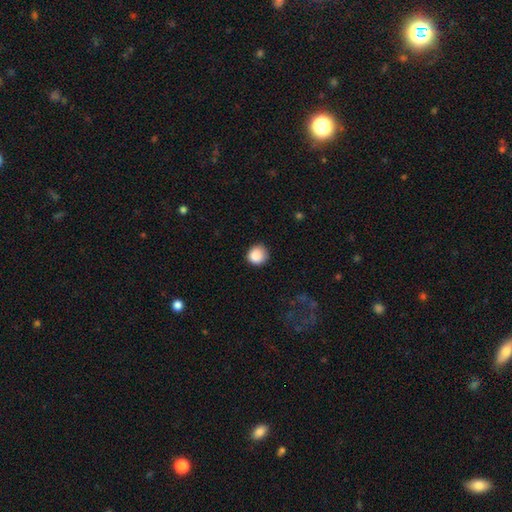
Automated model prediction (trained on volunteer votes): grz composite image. It shows a smooth galaxy with no disk features (88%) that is round (90%). Merging: none (79%).